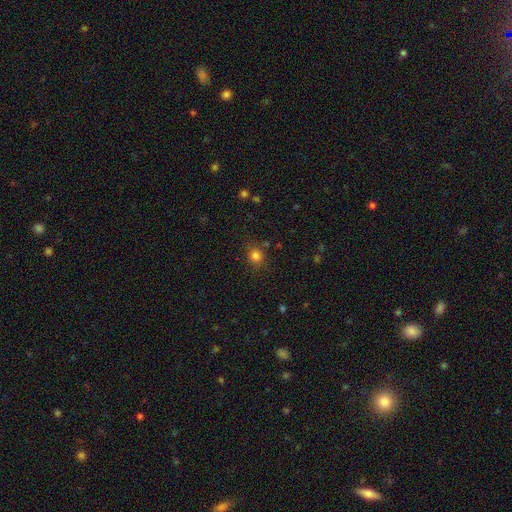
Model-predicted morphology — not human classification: This appears to be a smooth galaxy with no disk features (80%) that is round (82%). Merging: none (82%).